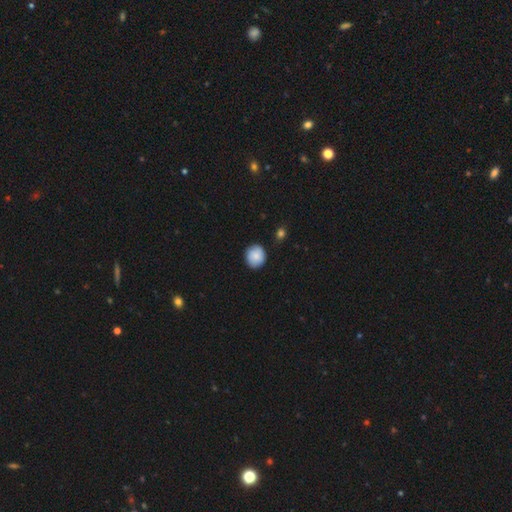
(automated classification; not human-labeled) Smooth or featured?
  - smooth: 86% *
  - star or artifact: 7%
  - featured or disk: 7%
How rounded?
  - round: 82% *
  - in between: 17%
  - cigar-shaped: 1%
Merging?
  - none: 86% *
  - minor disturbance: 11%
  - major disturbance: 2%
  - merger: 1%